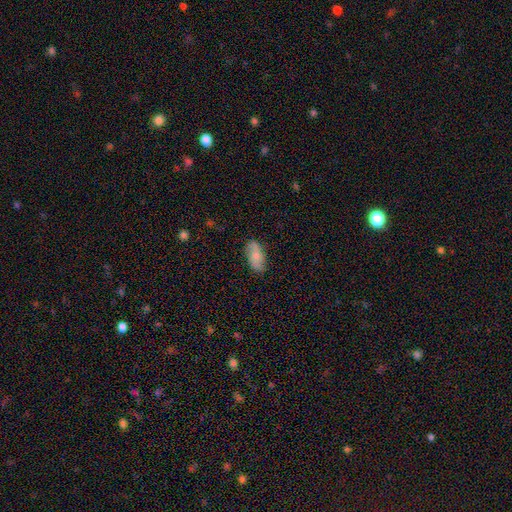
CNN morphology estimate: Smooth or featured?
  - smooth: 64% *
  - featured or disk: 30%
  - star or artifact: 7%
How rounded?
  - in between: 91% *
  - cigar-shaped: 5%
  - round: 3%
Merging?
  - none: 81% *
  - minor disturbance: 15%
  - major disturbance: 3%
  - merger: 1%